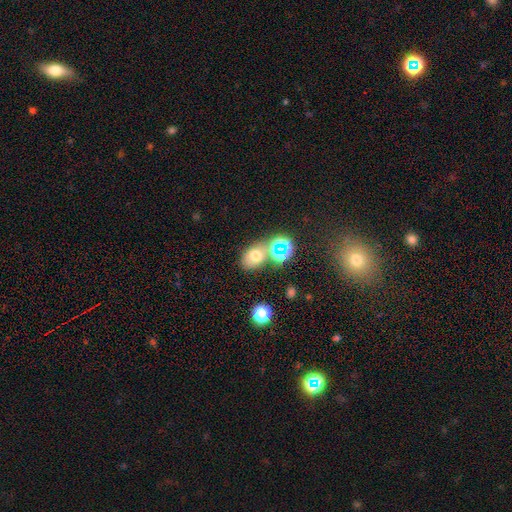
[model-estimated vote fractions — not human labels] Smooth or featured: smooth — 64% (star or artifact — 22%)
How rounded: in between — 67% (round — 32%)
Merging: none — 54% (merger — 26%)